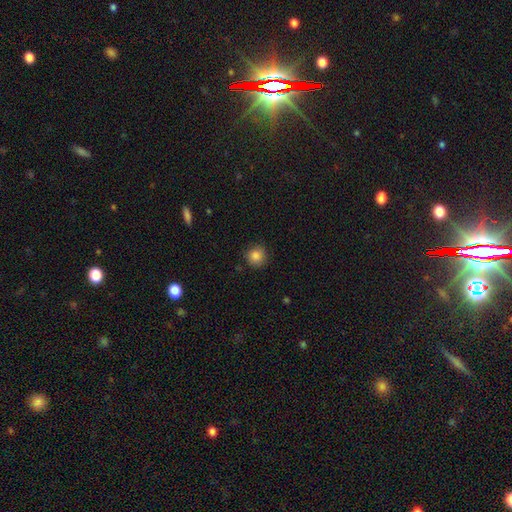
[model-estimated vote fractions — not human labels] The model was most divided on "smooth or featured": smooth: 86%, star or artifact: 10%, featured or disk: 4%. More confident: how rounded — round (92%); merging — none (87%).